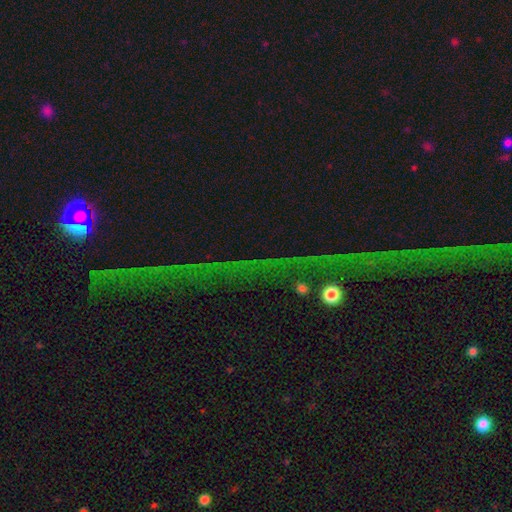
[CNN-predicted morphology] smooth-or-featured: star or artifact: 74% | featured or disk: 14% | smooth: 12%